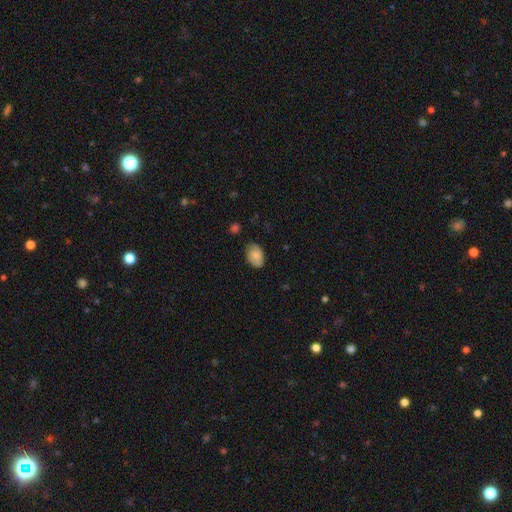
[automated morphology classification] A smooth galaxy with no disk features (74%) that is in between round and cigar-shaped (84%).

Vote fractions:
- Smooth or featured? smooth: 74% / featured or disk: 18% / star or artifact: 8%
- How rounded? in between: 84% / round: 15% / cigar-shaped: 1%
- Merging? none: 73% / minor disturbance: 21% / major disturbance: 5% / merger: 2%